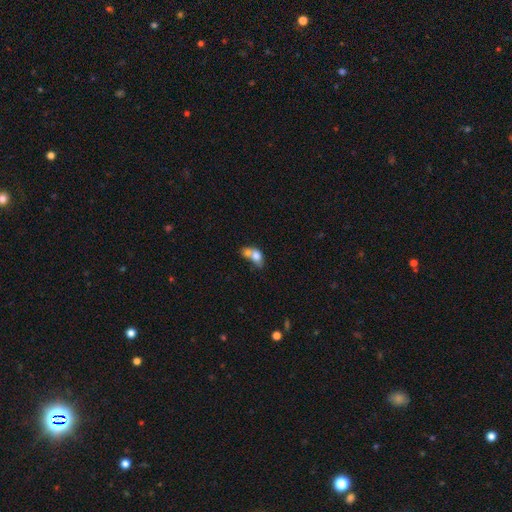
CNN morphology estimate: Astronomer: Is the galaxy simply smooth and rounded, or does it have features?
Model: smooth — 71%.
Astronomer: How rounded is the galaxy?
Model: in between — 65%.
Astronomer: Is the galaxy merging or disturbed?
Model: merger — 67%.